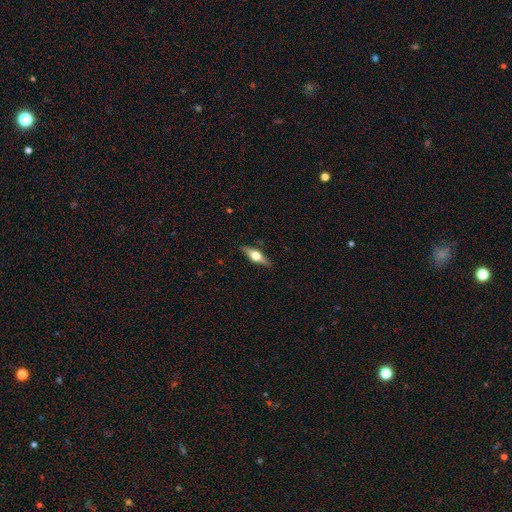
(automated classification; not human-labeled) This appears to be a featured or disk galaxy (63%) viewed edge-on (95%) with a rounded central bulge (95%). Merging: none (88%).